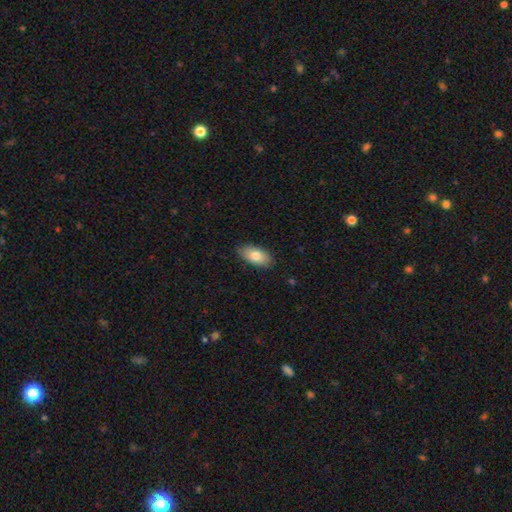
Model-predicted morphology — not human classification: A smooth galaxy with no disk features (77%) that is in between round and cigar-shaped (91%).

Vote fractions:
- Smooth or featured? smooth: 77% / featured or disk: 17% / star or artifact: 7%
- How rounded? in between: 91% / cigar-shaped: 5% / round: 4%
- Merging? none: 84% / minor disturbance: 13% / major disturbance: 2% / merger: 1%